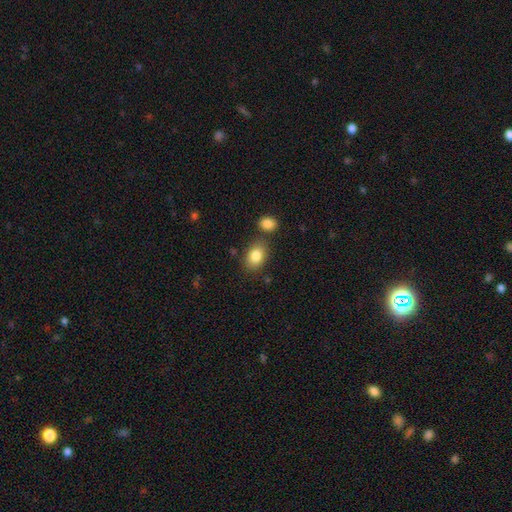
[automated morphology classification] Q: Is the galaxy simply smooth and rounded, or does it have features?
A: smooth — 85%.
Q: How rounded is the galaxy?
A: in between — 78%.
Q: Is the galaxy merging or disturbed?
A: none — 74%.